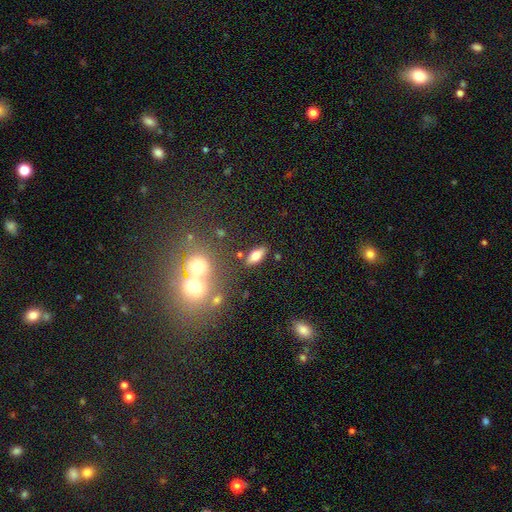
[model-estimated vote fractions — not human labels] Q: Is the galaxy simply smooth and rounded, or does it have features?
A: smooth — 71%.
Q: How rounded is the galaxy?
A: in between — 82%.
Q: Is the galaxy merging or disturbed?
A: none — 80%.